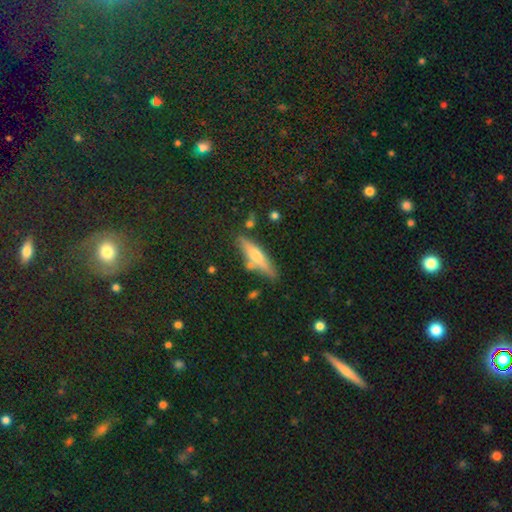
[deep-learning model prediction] smooth-or-featured: smooth: 48% | featured or disk: 41% | star or artifact: 11%
  merging: none: 78% | minor disturbance: 13% | merger: 6% | major disturbance: 3%